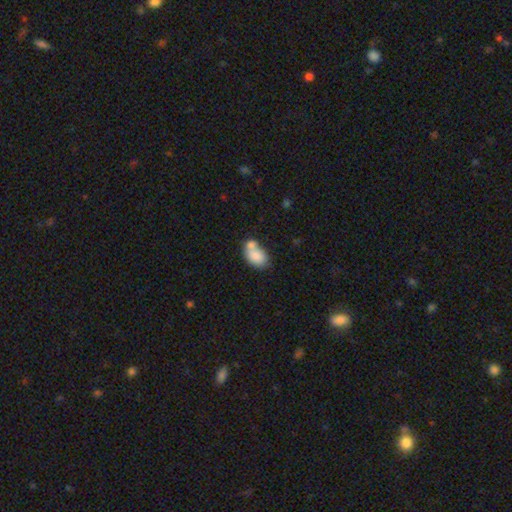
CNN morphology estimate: smooth_or_featured: smooth (p=0.80) [alt: featured or disk p=0.11]
how_rounded: in between (p=0.81) [alt: round p=0.17]
merging: merger (p=0.49) [alt: none p=0.32]